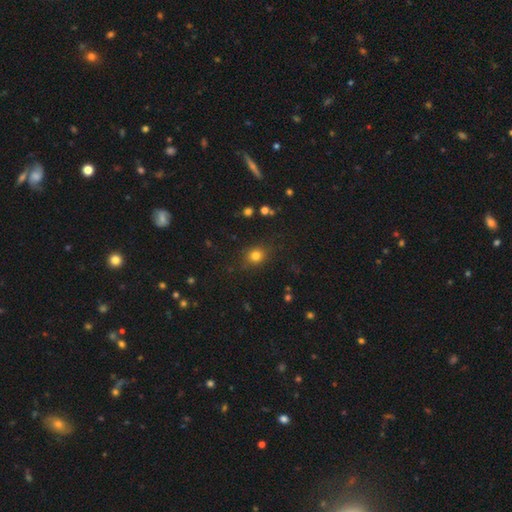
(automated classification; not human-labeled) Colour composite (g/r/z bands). It shows a smooth galaxy with no disk features (80%) that is round (73%). Merging: none (84%).